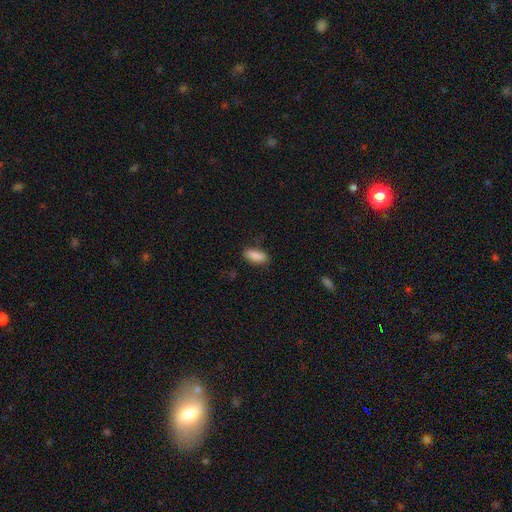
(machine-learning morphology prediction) Smooth or featured?
  - smooth: 87% *
  - star or artifact: 7%
  - featured or disk: 6%
How rounded?
  - in between: 86% *
  - cigar-shaped: 12%
  - round: 2%
Merging?
  - none: 77% *
  - minor disturbance: 18%
  - major disturbance: 4%
  - merger: 2%